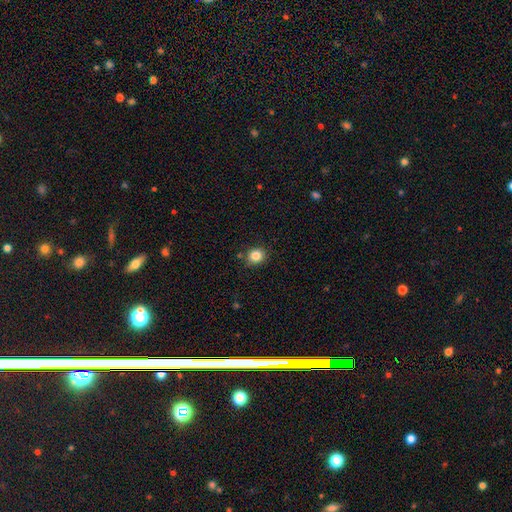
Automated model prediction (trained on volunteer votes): A smooth galaxy with no disk features (83%) that is round (83%). Merging: none (86%).